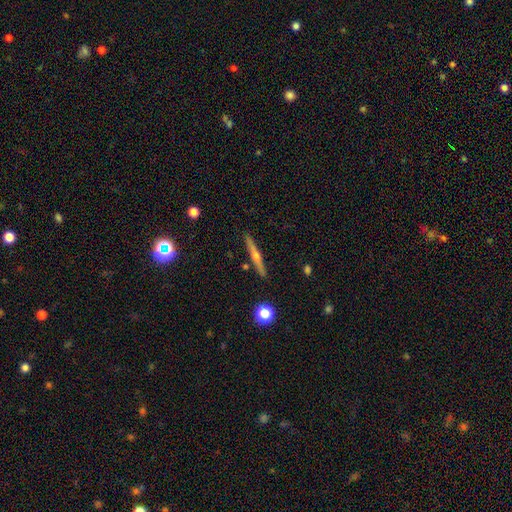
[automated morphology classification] A featured or disk galaxy (66%) viewed edge-on (97%) with a rounded central bulge (83%). Merging: none (91%).